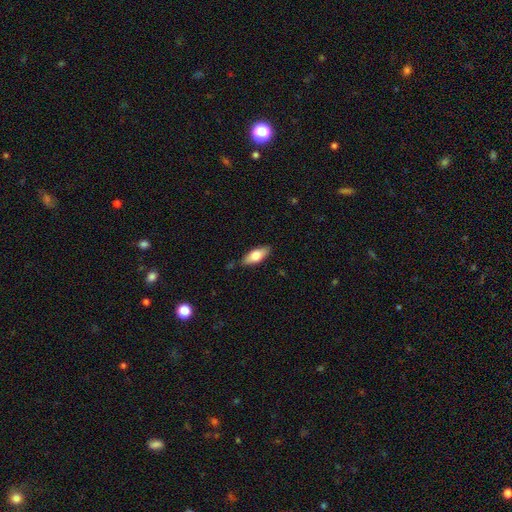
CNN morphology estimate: A smooth galaxy with no disk features (72%) that is in between round and cigar-shaped (78%). Merging: none (82%).